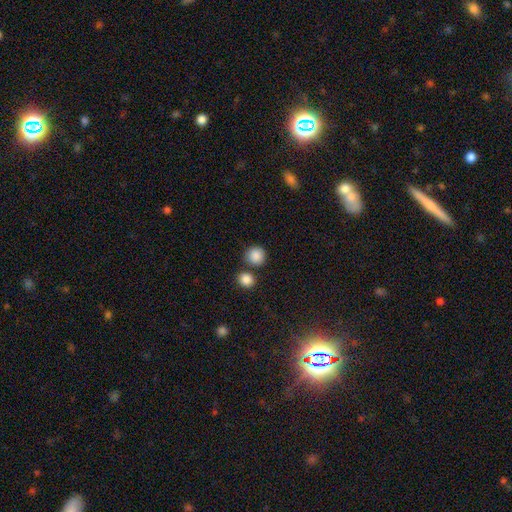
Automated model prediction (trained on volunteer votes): Smooth or featured: smooth — 87% (star or artifact — 9%)
How rounded: round — 91% (in between — 8%)
Merging: none — 74% (merger — 14%)